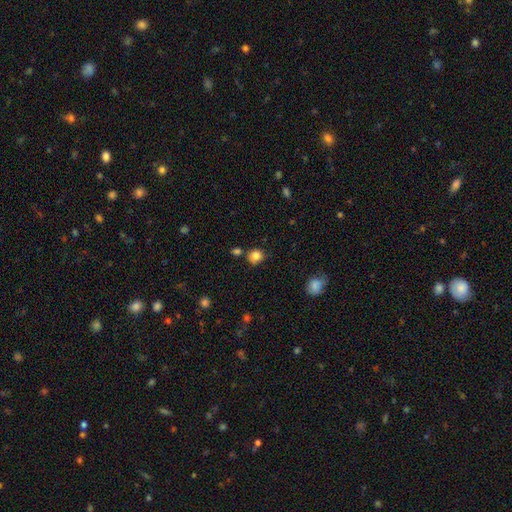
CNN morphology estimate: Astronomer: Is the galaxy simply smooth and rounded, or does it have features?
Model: smooth — 82%.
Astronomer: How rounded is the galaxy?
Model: round — 82%.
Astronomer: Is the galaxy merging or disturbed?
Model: none — 75%.